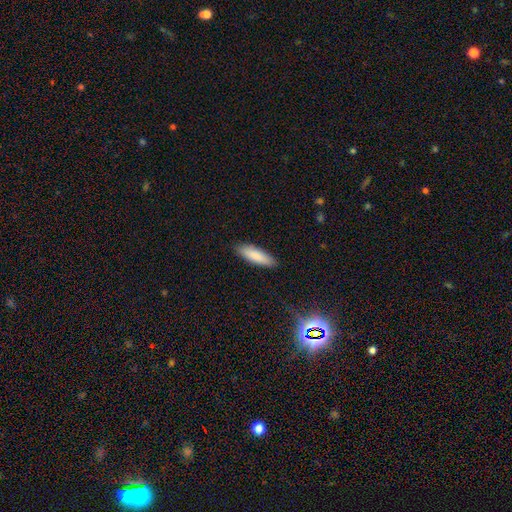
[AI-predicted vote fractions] This is clearly a smooth galaxy (86%). How rounded: possibly cigar-shaped (58%). Merging: clearly none (88%).